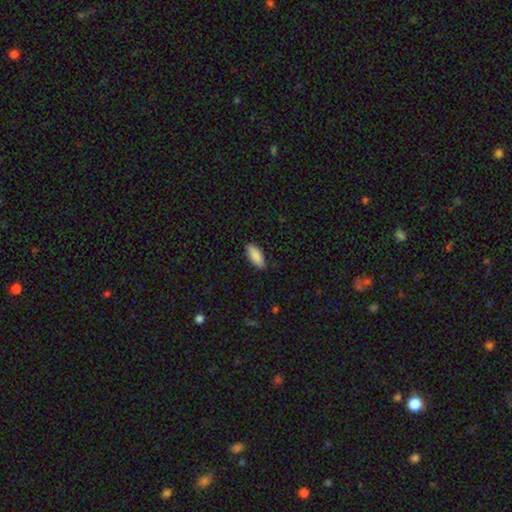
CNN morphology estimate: This appears to be a smooth galaxy with no disk features (89%) that is in between round and cigar-shaped (84%). Merging: none (86%).